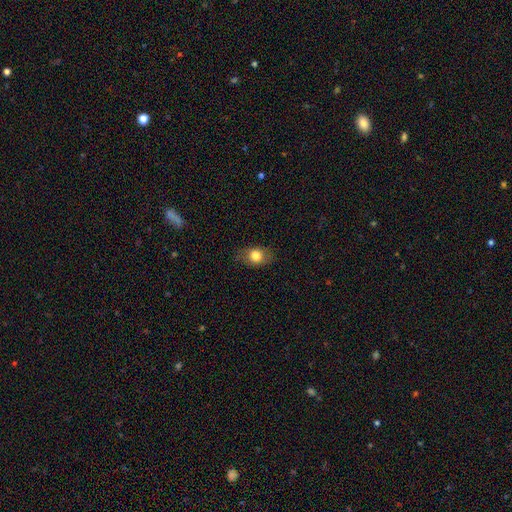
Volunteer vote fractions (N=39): Smooth or featured? smooth (87%)
How rounded? in between (59%)
Merging? none (78%)